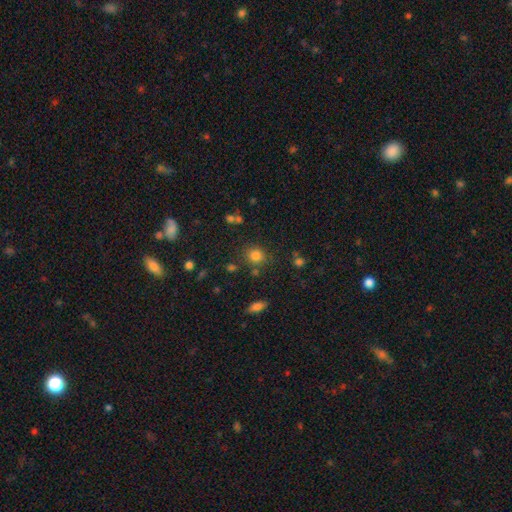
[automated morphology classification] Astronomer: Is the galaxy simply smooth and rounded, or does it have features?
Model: smooth — 79%.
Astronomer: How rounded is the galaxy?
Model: round — 81%.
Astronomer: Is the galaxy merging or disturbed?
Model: none — 77%.